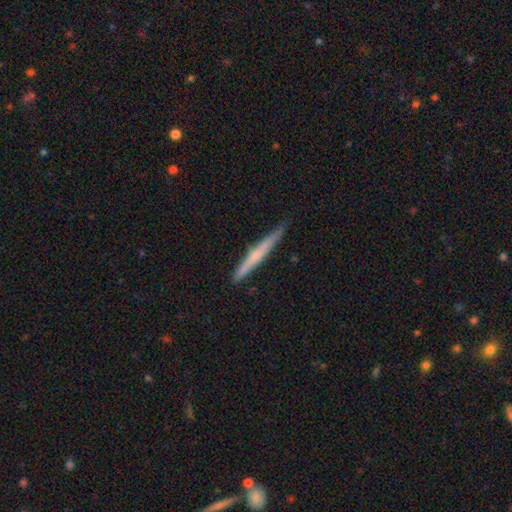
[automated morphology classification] A featured or disk galaxy (50%) viewed edge-on (97%). Merging: none (86%).